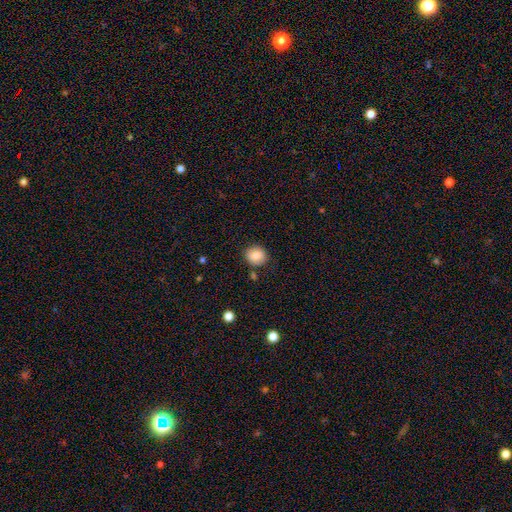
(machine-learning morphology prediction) This appears to be a smooth galaxy with no disk features (85%) that is round (79%). Merging: none (85%).